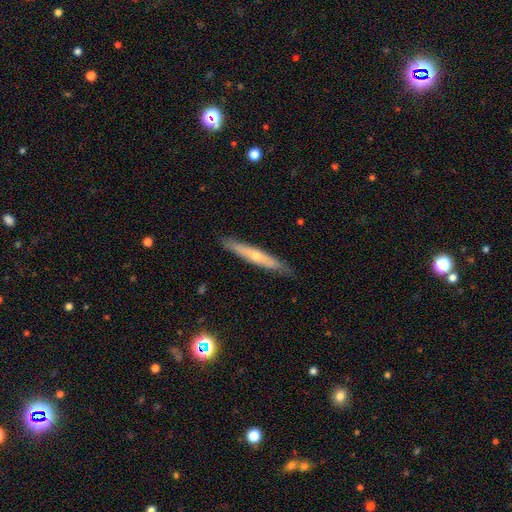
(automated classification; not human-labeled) Smooth or featured? Predicted: featured or disk (p=0.54). Edge-on disk? Predicted: yes (p=0.89). Merging? Predicted: none (p=0.88).